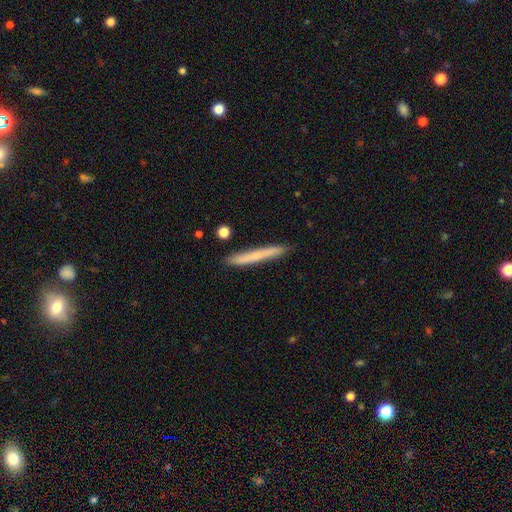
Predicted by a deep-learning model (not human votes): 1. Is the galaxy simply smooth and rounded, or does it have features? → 61% smooth, 33% featured or disk, 6% star or artifact.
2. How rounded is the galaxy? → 97% cigar-shaped, 2% in between, 1% round.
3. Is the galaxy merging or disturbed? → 89% none, 8% minor disturbance, 2% merger, 1% major disturbance.